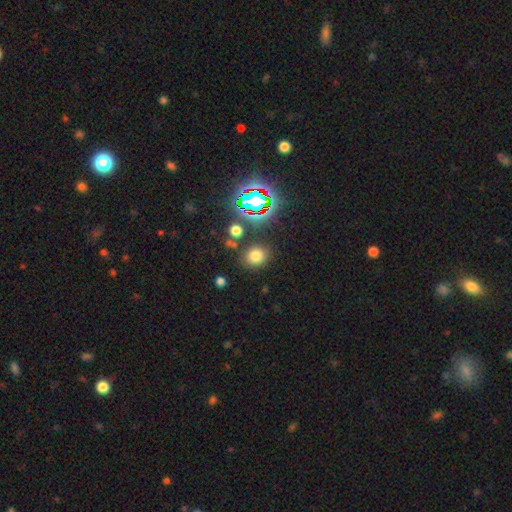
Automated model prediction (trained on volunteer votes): A smooth galaxy with no disk features (71%) that is round (67%). Merging: none (82%).